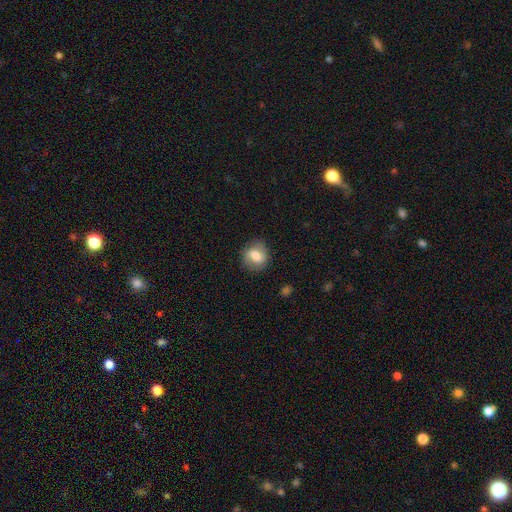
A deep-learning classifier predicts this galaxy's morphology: type=smooth (60%); roundness=round (70%); merging=none (80%).